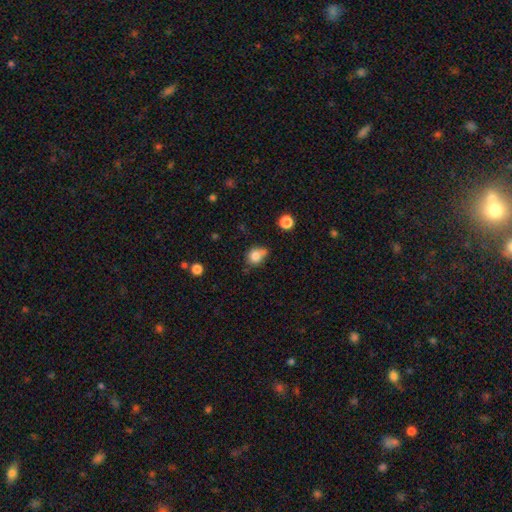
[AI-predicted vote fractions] Q: Smooth or featured?
A: smooth (80%); runner-up: star or artifact (11%)
Q: How rounded?
A: round (72%); runner-up: in between (27%)
Q: Merging?
A: none (50%); runner-up: minor disturbance (22%)